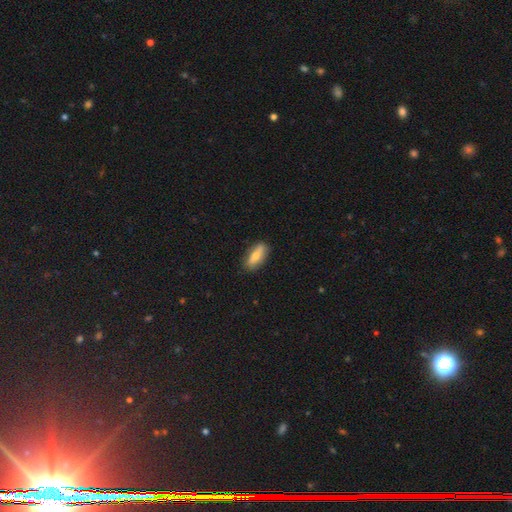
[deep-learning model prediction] Q: Smooth or featured?
A: smooth (68%); runner-up: featured or disk (25%)
Q: How rounded?
A: in between (73%); runner-up: cigar-shaped (24%)
Q: Merging?
A: none (81%); runner-up: minor disturbance (15%)